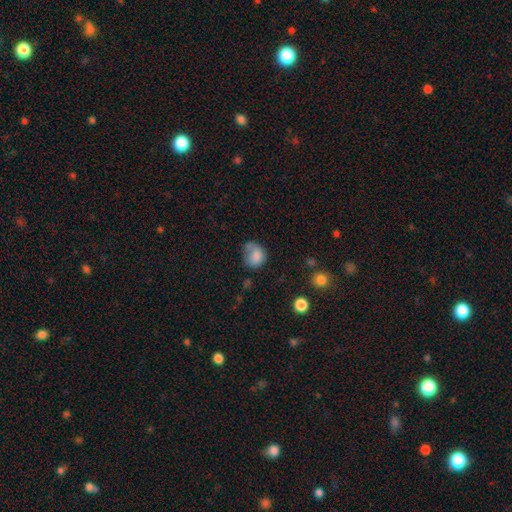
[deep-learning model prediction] This appears to be a smooth galaxy with no disk features (78%) that is round (56%). Merging: none (38%).